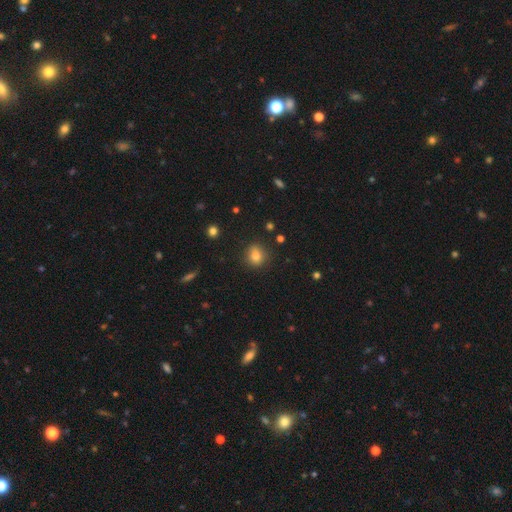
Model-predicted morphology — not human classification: This appears to be a smooth galaxy with no disk features (81%) that is round (73%). Merging: none (83%).